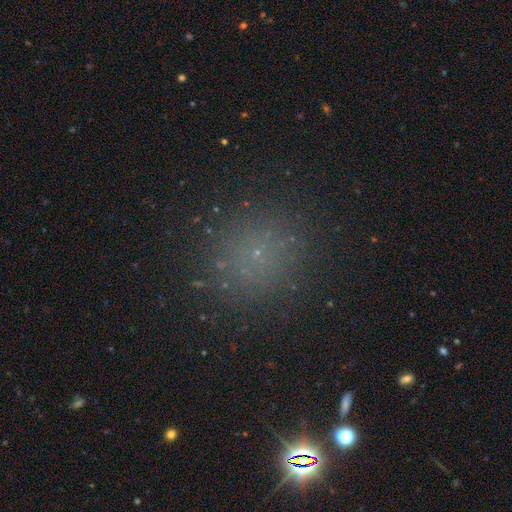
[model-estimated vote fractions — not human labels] A smooth galaxy with no disk features (61%) that is round (91%).

Vote fractions:
- Smooth or featured? smooth: 61% / star or artifact: 31% / featured or disk: 8%
- How rounded? round: 91% / in between: 8% / cigar-shaped: 1%
- Merging? none: 87% / minor disturbance: 8% / major disturbance: 3% / merger: 2%